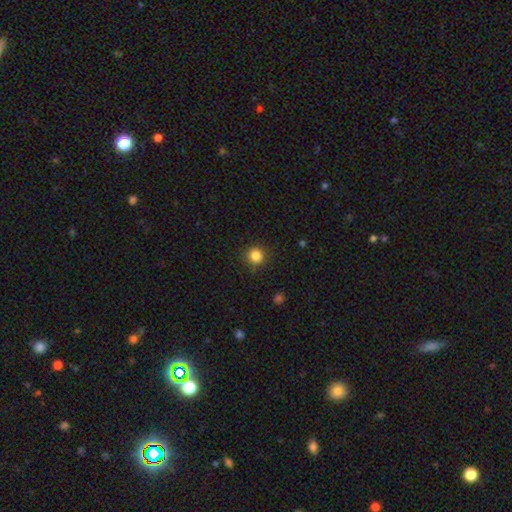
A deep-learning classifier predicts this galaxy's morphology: Smooth or featured: smooth — 84% (star or artifact — 12%)
How rounded: round — 92% (in between — 7%)
Merging: none — 89% (minor disturbance — 8%)